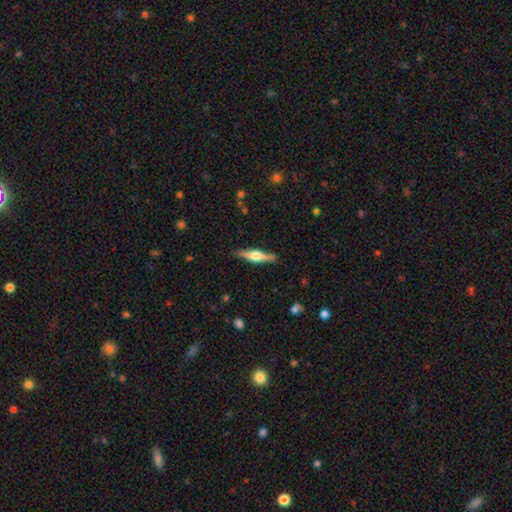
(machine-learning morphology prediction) Smooth or featured? Predicted: featured or disk (p=0.60). Edge-on disk? Predicted: yes (p=0.96). Edge-on bulge? Predicted: rounded (p=0.89). Merging? Predicted: none (p=0.88).